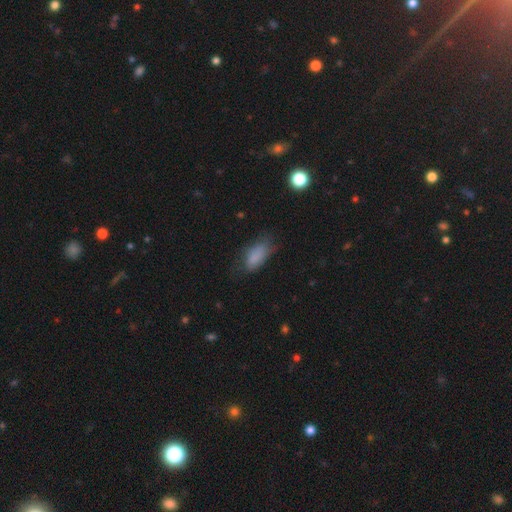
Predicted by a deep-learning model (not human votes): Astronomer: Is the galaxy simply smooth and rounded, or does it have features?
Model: smooth — 81%.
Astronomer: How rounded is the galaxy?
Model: in between — 87%.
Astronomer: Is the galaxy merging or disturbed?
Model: none — 54% (runner-up: minor disturbance, 30%).